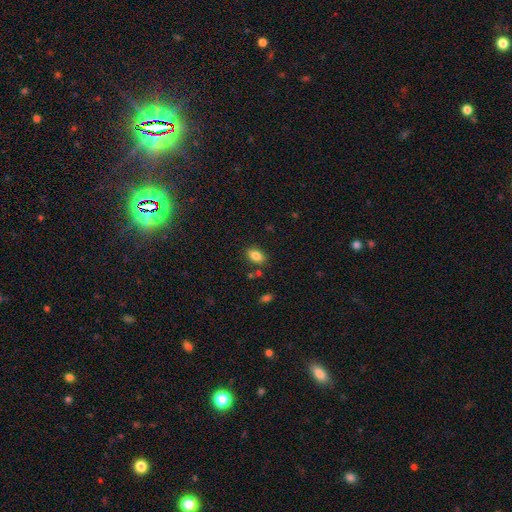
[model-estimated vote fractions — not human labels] Smooth or featured? Predicted: smooth (p=0.84). How rounded? Predicted: in between (p=0.89). Merging? Predicted: none (p=0.83).